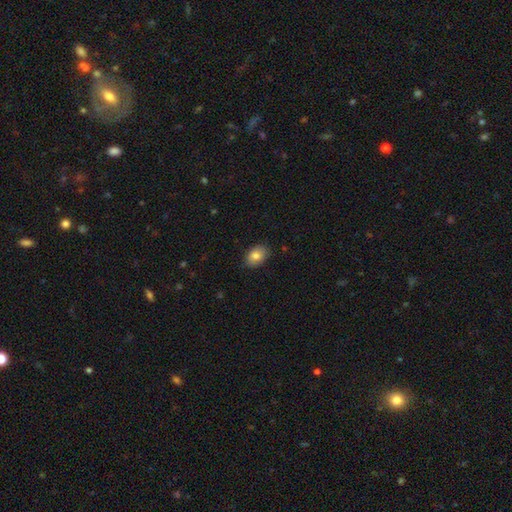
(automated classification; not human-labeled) Smooth or featured? Predicted: smooth (p=0.83). How rounded? Predicted: in between (p=0.85). Merging? Predicted: none (p=0.85).